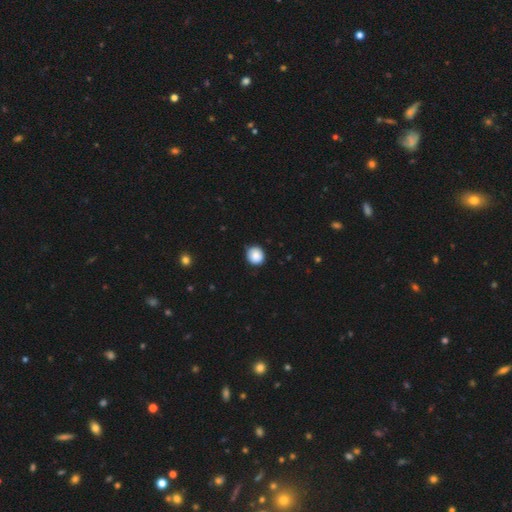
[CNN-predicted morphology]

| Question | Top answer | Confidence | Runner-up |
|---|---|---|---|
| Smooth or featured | smooth | 87% | star or artifact (8%) |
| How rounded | round | 90% | in between (10%) |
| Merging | none | 86% | minor disturbance (11%) |